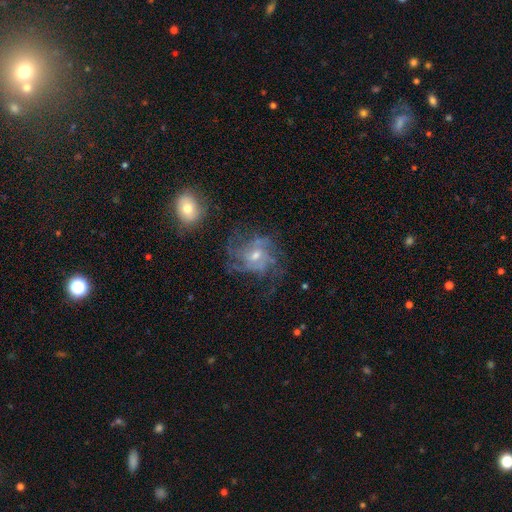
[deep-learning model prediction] smooth_or_featured: featured or disk (p=0.78) [alt: smooth p=0.12]
disk_edge_on: no (p=0.98) [alt: yes p=0.02]
bar: no (p=0.65) [alt: weak p=0.30]
has_spiral_arms: yes (p=0.89) [alt: no p=0.11]
spiral_winding: medium (p=0.43) [alt: tight p=0.42]
spiral_arm_count: can't tell (p=0.34) [alt: 3 p=0.21]
bulge_size: small (p=0.48) [alt: moderate p=0.46]
merging: none (p=0.61) [alt: major disturbance p=0.18]